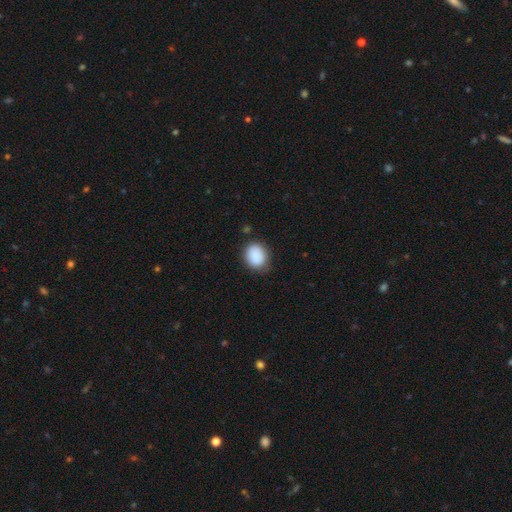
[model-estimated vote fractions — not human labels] Smooth or featured?
  - smooth: 88% *
  - star or artifact: 7%
  - featured or disk: 5%
How rounded?
  - round: 52% *
  - in between: 47%
  - cigar-shaped: 1%
Merging?
  - none: 74% *
  - minor disturbance: 19%
  - major disturbance: 4%
  - merger: 2%